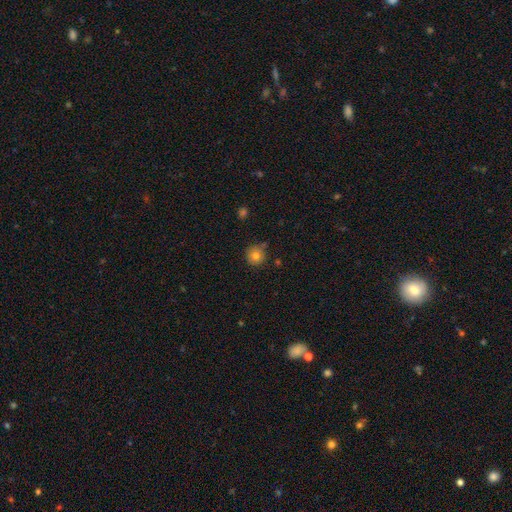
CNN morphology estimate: type=smooth (80%); roundness=round (94%); merging=none (79%).